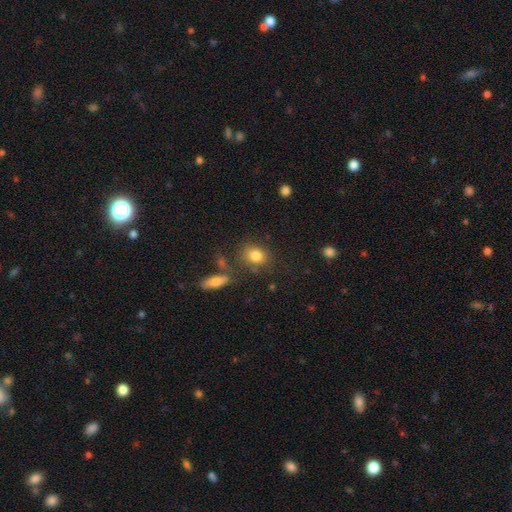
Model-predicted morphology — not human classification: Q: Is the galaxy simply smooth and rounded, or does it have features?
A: smooth — 82%.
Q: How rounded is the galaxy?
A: round — 49%, tied with in between.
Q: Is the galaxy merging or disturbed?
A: none — 73%.